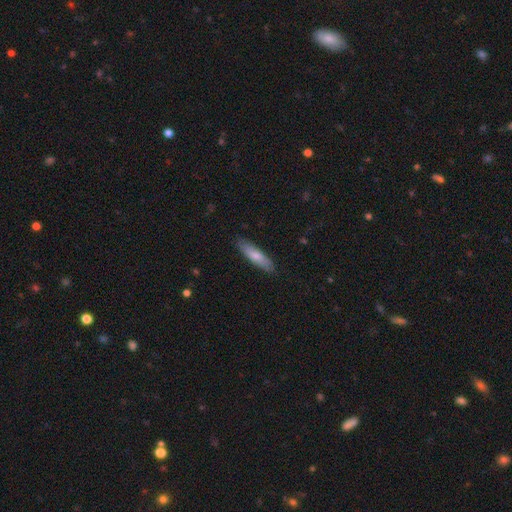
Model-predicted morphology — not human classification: Q: Smooth or featured?
A: smooth (69%); runner-up: featured or disk (26%)
Q: How rounded?
A: cigar-shaped (70%); runner-up: in between (28%)
Q: Merging?
A: none (85%); runner-up: minor disturbance (11%)